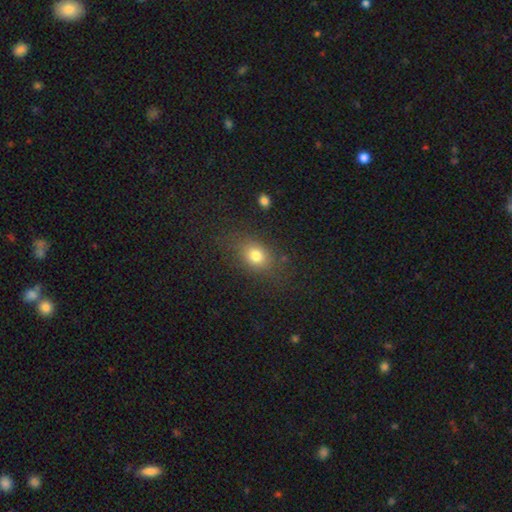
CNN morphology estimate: Smooth or featured? Predicted: smooth (p=0.77). How rounded? Predicted: in between (p=0.55). Merging? Predicted: none (p=0.75).